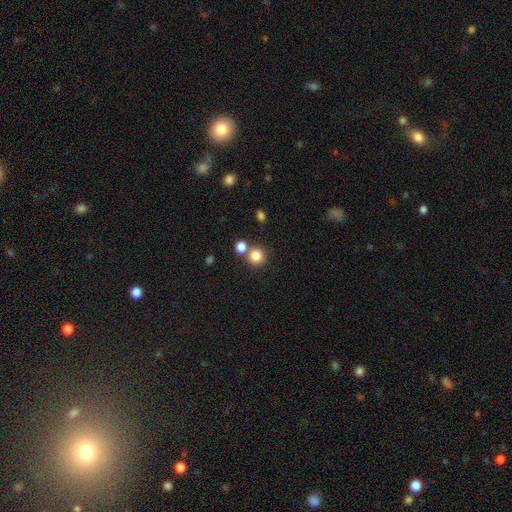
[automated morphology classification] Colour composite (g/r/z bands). It shows a smooth galaxy with no disk features (83%) that is round (91%). Merging: none (67%).